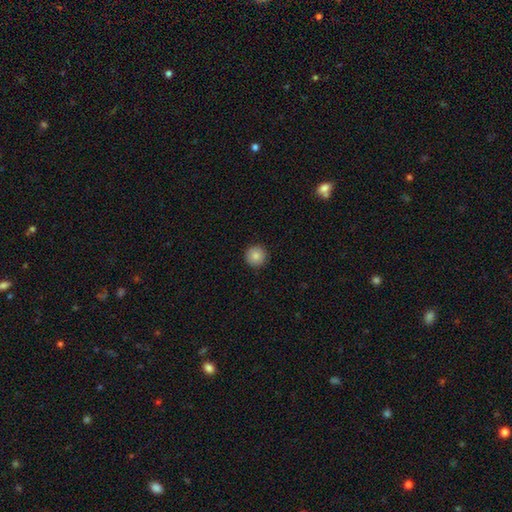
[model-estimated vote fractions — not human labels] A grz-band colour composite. It shows a smooth galaxy with no disk features (85%) that is round (96%). Merging: none (93%).